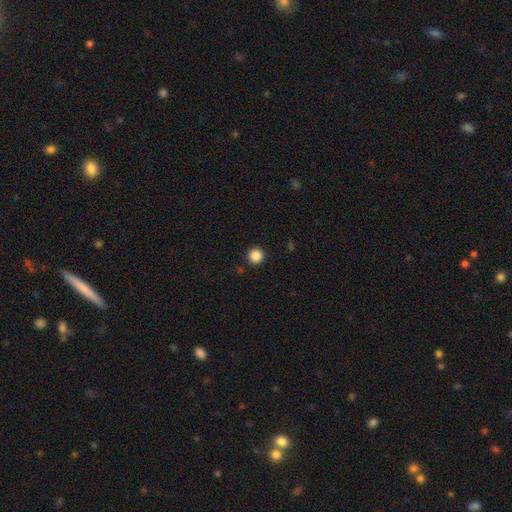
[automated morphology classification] smooth_or_featured: smooth (p=0.86) [alt: star or artifact p=0.11]
how_rounded: round (p=0.96) [alt: in between p=0.03]
merging: none (p=0.92) [alt: minor disturbance p=0.05]